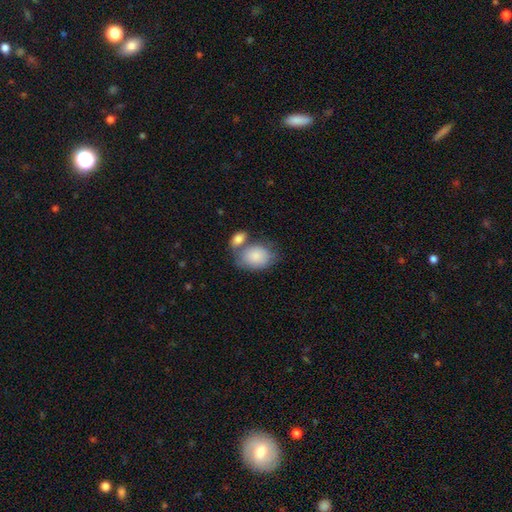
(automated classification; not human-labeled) This appears to be a smooth galaxy with no disk features (85%) that is in between round and cigar-shaped (75%). Merging: none (40%).